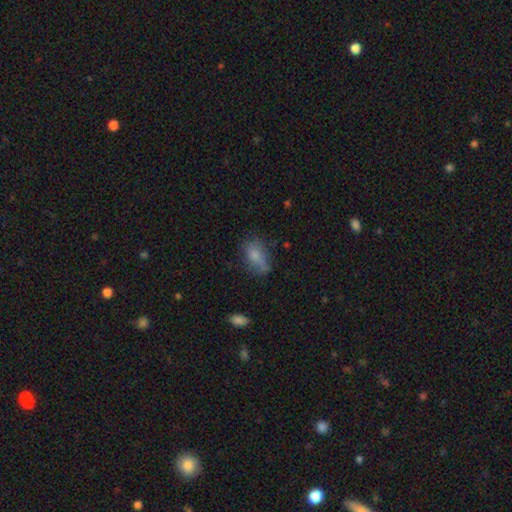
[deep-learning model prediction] Smooth or featured?
  - smooth: 71% *
  - featured or disk: 19%
  - star or artifact: 10%
How rounded?
  - in between: 86% *
  - round: 11%
  - cigar-shaped: 4%
Merging?
  - none: 48% *
  - minor disturbance: 30%
  - major disturbance: 16%
  - merger: 6%